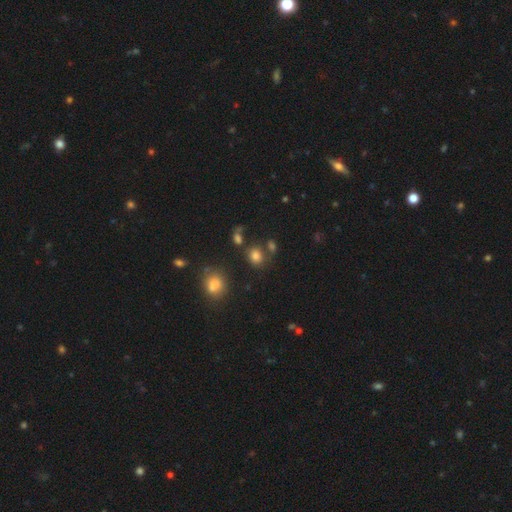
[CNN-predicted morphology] A smooth galaxy with no disk features (79%) that is round (59%). Merging: none (66%).